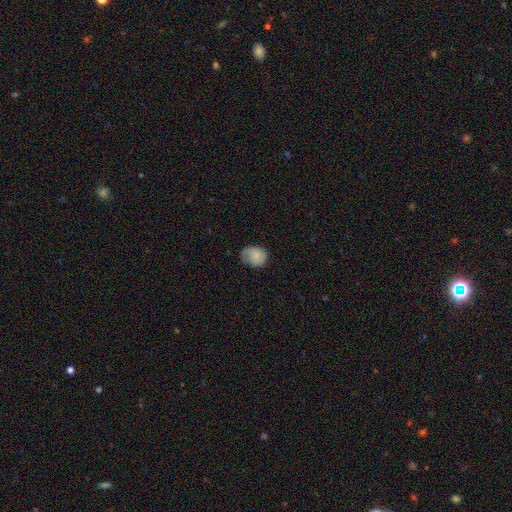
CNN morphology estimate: smooth-or-featured: smooth: 72% | featured or disk: 20% | star or artifact: 8%
  how-rounded: round: 51% | in between: 48% | cigar-shaped: 1%
  merging: none: 45% | minor disturbance: 38% | major disturbance: 16% | merger: 1%